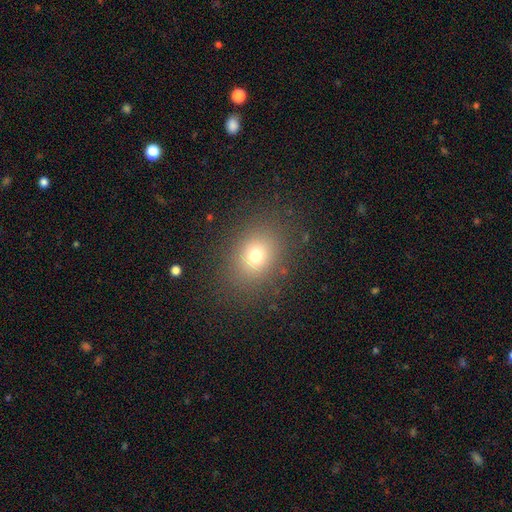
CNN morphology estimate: Smooth or featured? smooth (71%)
How rounded? round (55%)
Merging? none (84%)